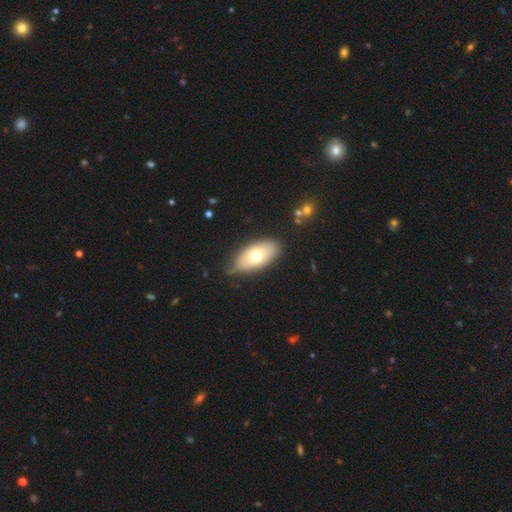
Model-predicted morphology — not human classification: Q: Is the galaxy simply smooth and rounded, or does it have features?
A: smooth — 67%.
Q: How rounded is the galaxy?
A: in between — 91%.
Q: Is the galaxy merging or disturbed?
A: none — 78%.